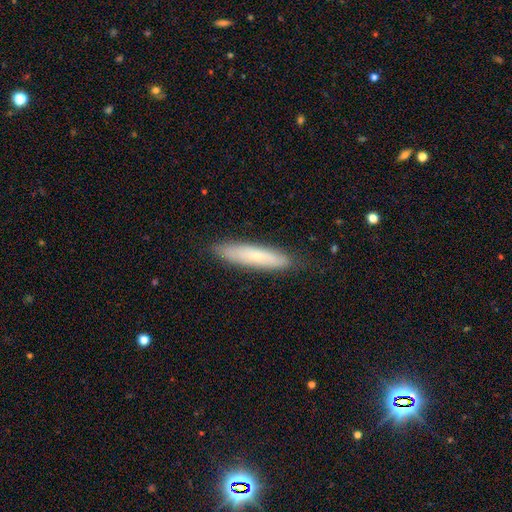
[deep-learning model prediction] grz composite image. It shows a smooth galaxy with no disk features (67%) that is cigar-shaped (84%). Merging: none (83%).